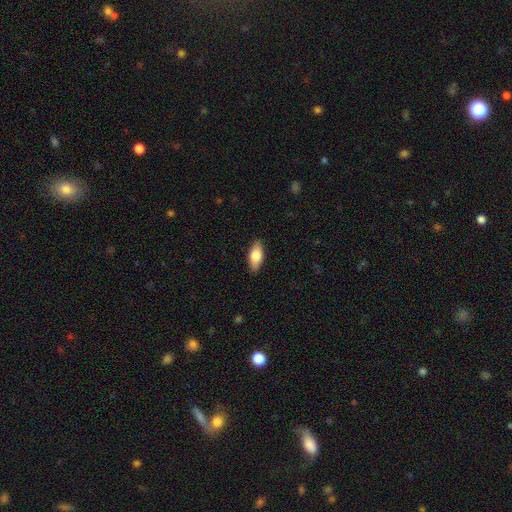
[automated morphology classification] Smooth or featured?
  - smooth: 78% *
  - featured or disk: 16%
  - star or artifact: 6%
How rounded?
  - in between: 85% *
  - cigar-shaped: 13%
  - round: 2%
Merging?
  - none: 88% *
  - minor disturbance: 9%
  - major disturbance: 2%
  - merger: 1%